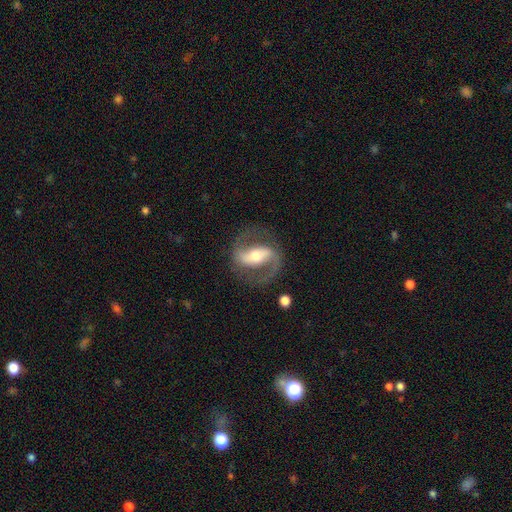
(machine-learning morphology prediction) type=featured or disk (88%); edge-on=no (96%); bar=strong (60%); spiral arms=yes (95%); winding=medium (57%); arm count=2 (91%); bulge=moderate (61%); merging=none (80%).